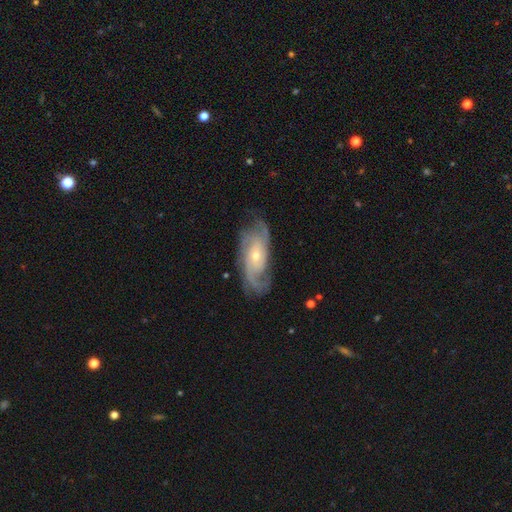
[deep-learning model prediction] smooth-or-featured: featured or disk: 88% | smooth: 7% | star or artifact: 5%
  disk-edge-on: no: 94% | yes: 6%
    bar: no: 66% | weak: 28% | strong: 6%
    has-spiral-arms: yes: 97% | no: 3%
      spiral-winding: tight: 49% | medium: 40% | loose: 11%
      spiral-arm-count: 2: 33% | 3: 28% | can't tell: 18% | 4: 11% | 1: 5% | more than 4: 5%
    bulge-size: small: 58% | moderate: 39% | large: 2% | none: 1% | dominant: 1%
  merging: none: 75% | minor disturbance: 18% | major disturbance: 6% | merger: 1%